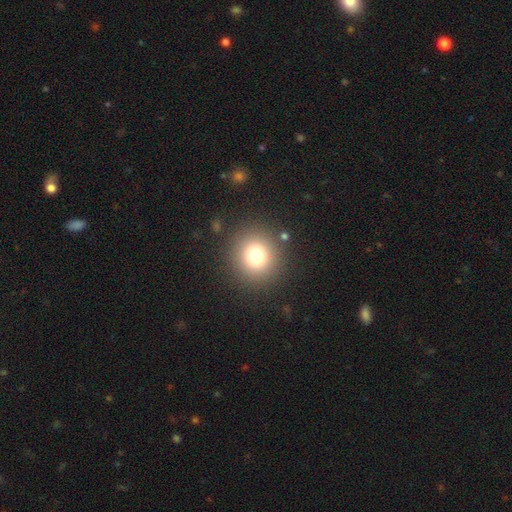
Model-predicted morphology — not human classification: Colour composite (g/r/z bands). It shows a smooth galaxy with no disk features (76%) that is round (90%). Merging: none (88%).